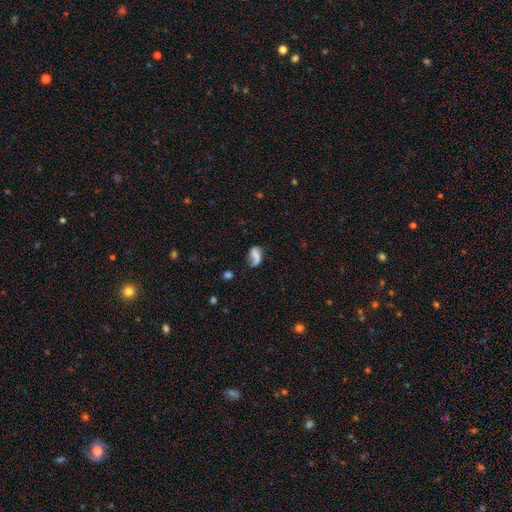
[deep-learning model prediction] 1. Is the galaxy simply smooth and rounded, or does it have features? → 47% smooth, 42% featured or disk, 11% star or artifact.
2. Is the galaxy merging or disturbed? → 48% none, 27% minor disturbance, 19% major disturbance, 6% merger.